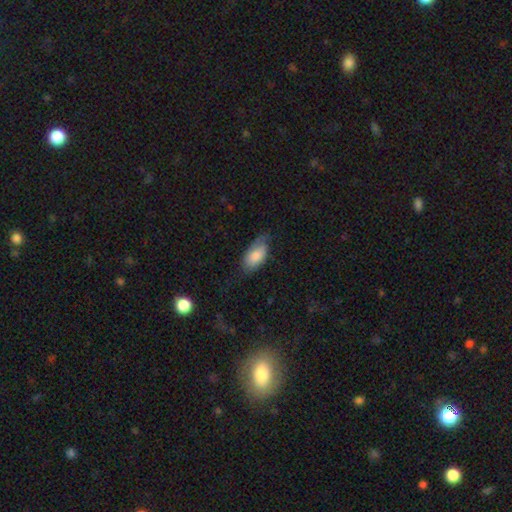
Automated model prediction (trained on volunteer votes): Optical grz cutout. It shows a smooth galaxy with no disk features (70%) that is in between round and cigar-shaped (93%). Merging: none (53%).